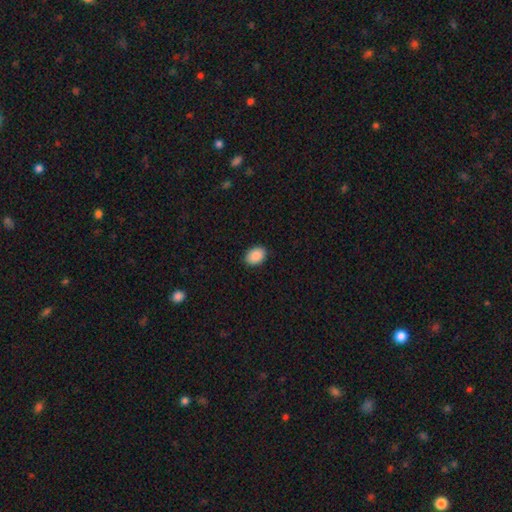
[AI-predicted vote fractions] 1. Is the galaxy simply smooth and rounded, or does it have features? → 90% smooth, 7% star or artifact, 3% featured or disk.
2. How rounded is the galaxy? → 81% in between, 18% round, 1% cigar-shaped.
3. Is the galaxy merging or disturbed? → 89% none, 8% minor disturbance, 2% major disturbance, 1% merger.